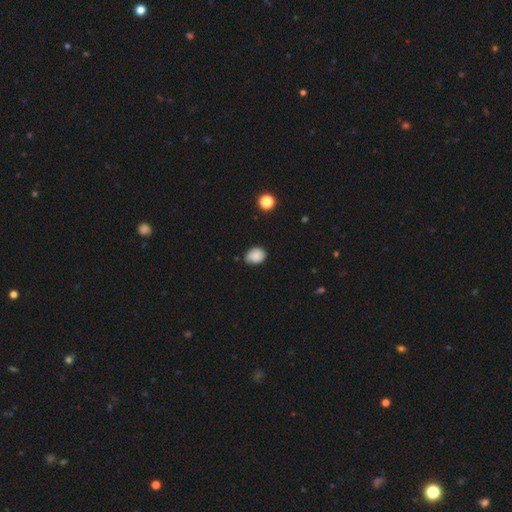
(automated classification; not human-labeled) Smooth or featured: smooth — 81% (featured or disk — 10%)
How rounded: in between — 57% (round — 42%)
Merging: none — 64% (minor disturbance — 30%)